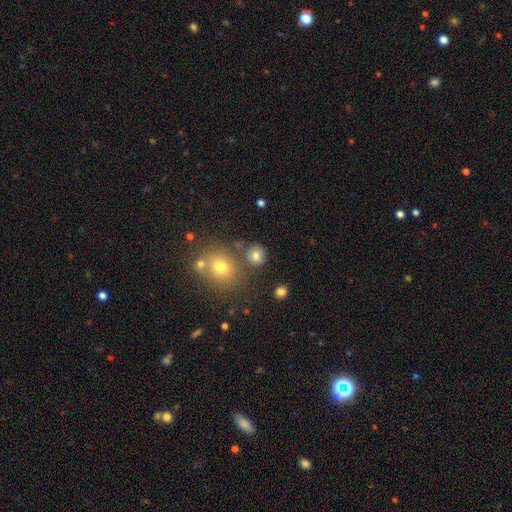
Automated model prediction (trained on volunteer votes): Overall: smooth (77%). How rounded: round (83%). Merging: none (76%).